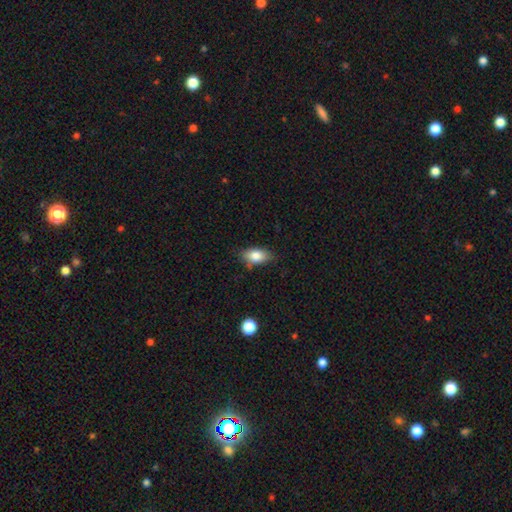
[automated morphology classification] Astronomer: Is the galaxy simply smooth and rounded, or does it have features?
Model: smooth — 81%.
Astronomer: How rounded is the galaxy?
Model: in between — 88%.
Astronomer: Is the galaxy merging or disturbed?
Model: none — 74%.